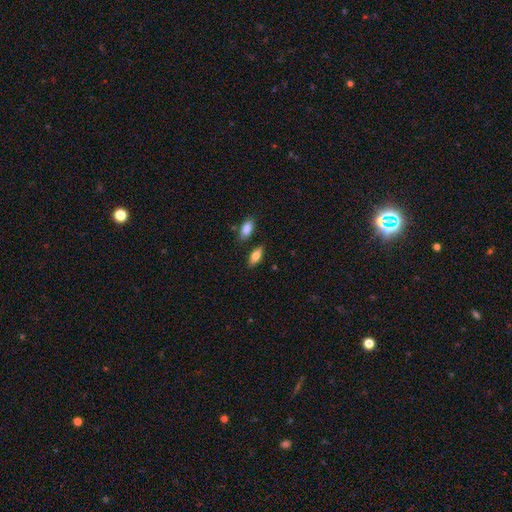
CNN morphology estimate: Smooth or featured?
  - smooth: 77% *
  - featured or disk: 16%
  - star or artifact: 7%
How rounded?
  - in between: 83% *
  - cigar-shaped: 14%
  - round: 3%
Merging?
  - none: 81% *
  - minor disturbance: 11%
  - merger: 5%
  - major disturbance: 3%